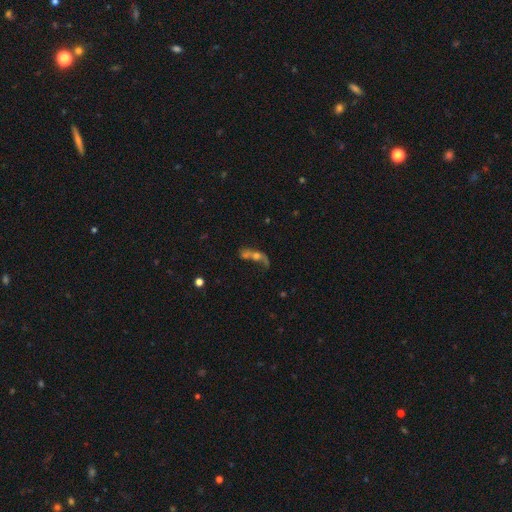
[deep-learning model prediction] Smooth or featured?
  - featured or disk: 51% *
  - smooth: 33%
  - star or artifact: 17%
Edge-on disk?
  - no: 78% *
  - yes: 22%
Merging?
  - merger: 48% *
  - none: 21%
  - major disturbance: 21%
  - minor disturbance: 10%